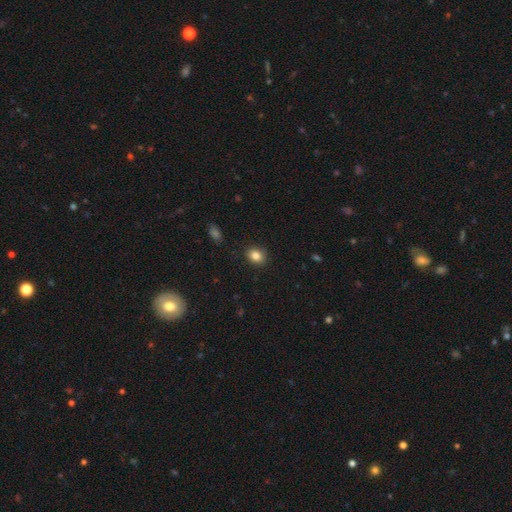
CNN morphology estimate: Smooth or featured: smooth — 84% (star or artifact — 10%)
How rounded: round — 54% (in between — 45%)
Merging: none — 87% (minor disturbance — 9%)